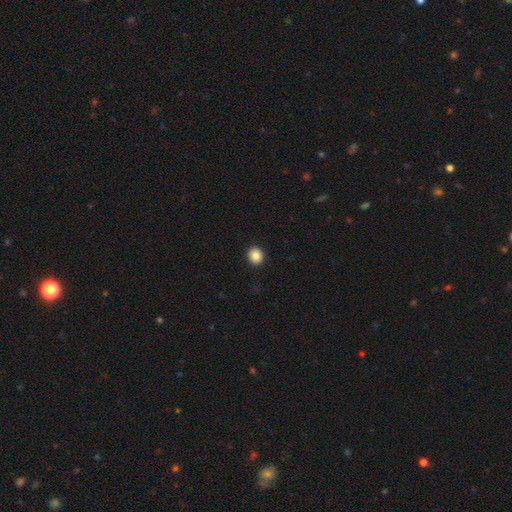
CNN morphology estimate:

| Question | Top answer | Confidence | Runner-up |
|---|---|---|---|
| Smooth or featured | smooth | 85% | star or artifact (9%) |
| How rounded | round | 77% | in between (22%) |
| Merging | none | 93% | minor disturbance (5%) |